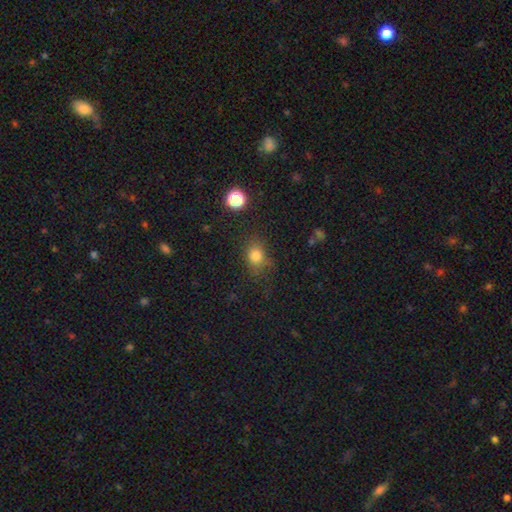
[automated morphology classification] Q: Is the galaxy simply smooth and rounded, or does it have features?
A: smooth — 79%.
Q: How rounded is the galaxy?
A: round — 52%.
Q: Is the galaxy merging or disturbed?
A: none — 73%.